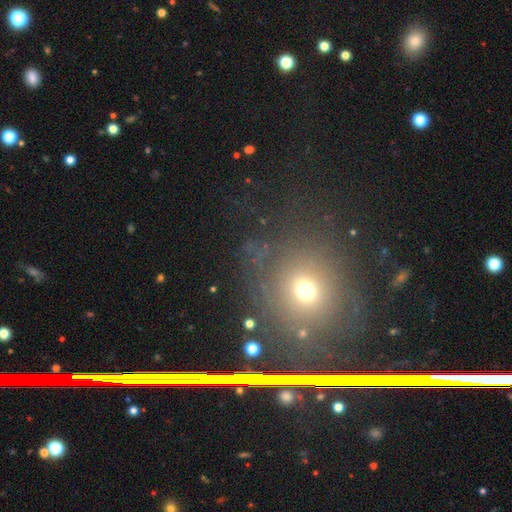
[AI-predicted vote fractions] The model was most divided on "smooth or featured": smooth: 45%, star or artifact: 38%, featured or disk: 16%. More confident: merging — none (79%).